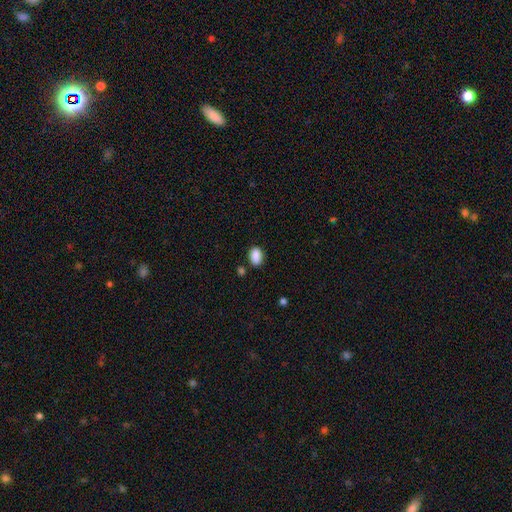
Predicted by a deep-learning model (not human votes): Overall: smooth (89%). How rounded: in between (83%). Merging: none (80%).